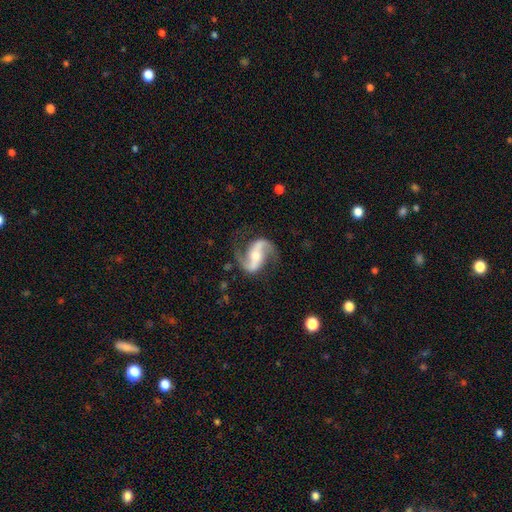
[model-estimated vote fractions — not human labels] The model was most divided on "spiral winding": loose: 51%, medium: 40%, tight: 9%. Remaining: spiral arms — yes (98%); edge-on disk — no (97%); spiral arm count — 2 (94%); smooth or featured — featured or disk (91%); merging — none (79%); bulge size — moderate (49%); bar — strong (46%).